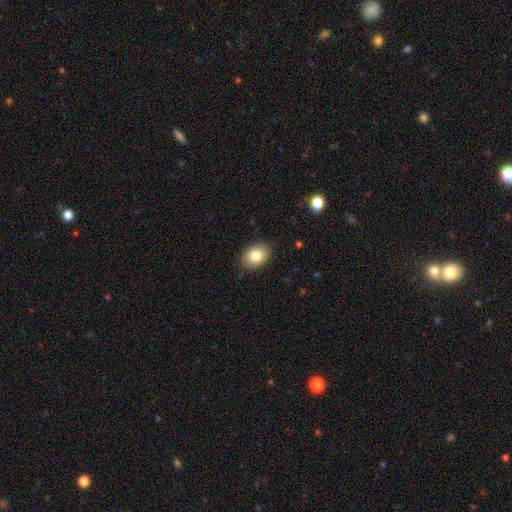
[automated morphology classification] This appears to be a smooth galaxy with no disk features (84%) that is in between round and cigar-shaped (79%). Merging: none (86%).